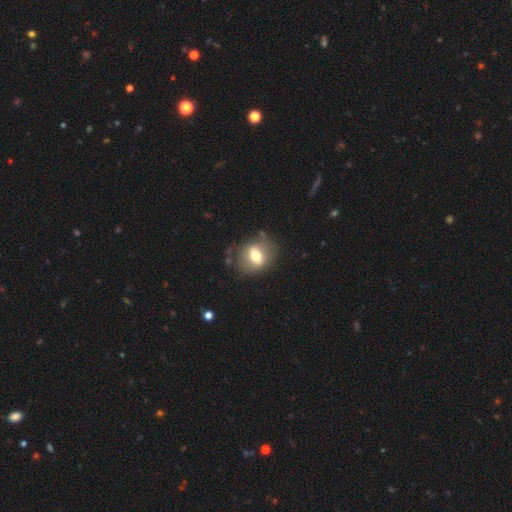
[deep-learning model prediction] Overall: smooth (54%; featured or disk 37%). How rounded: in between (53%; round 43%). Merging: none (75%).